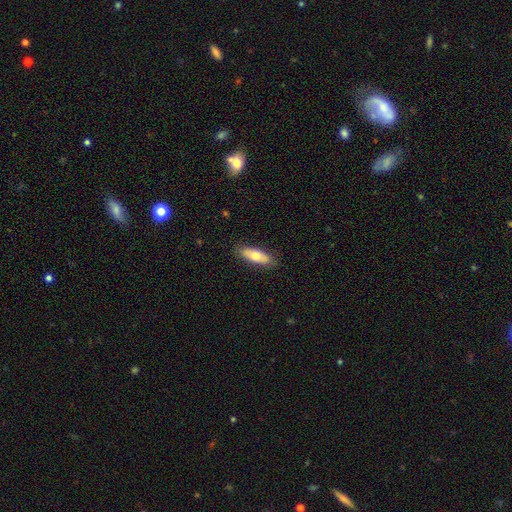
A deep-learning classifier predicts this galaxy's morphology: Smooth or featured: smooth — 66% (featured or disk — 28%)
How rounded: in between — 68% (cigar-shaped — 30%)
Merging: none — 86% (minor disturbance — 11%)